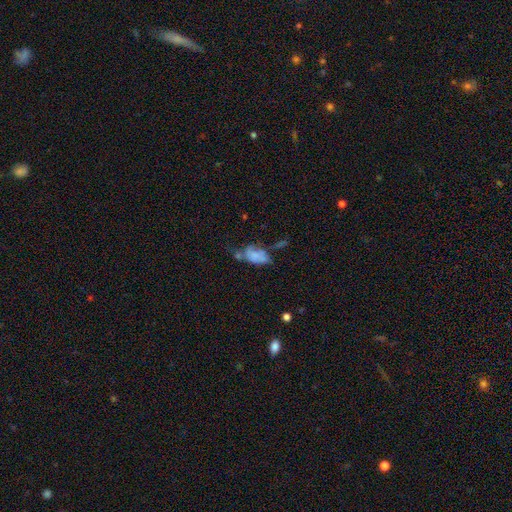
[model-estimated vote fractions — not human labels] This is likely a smooth galaxy (63%). How rounded: clearly in between (90%). Merging: marginally merger (29%).